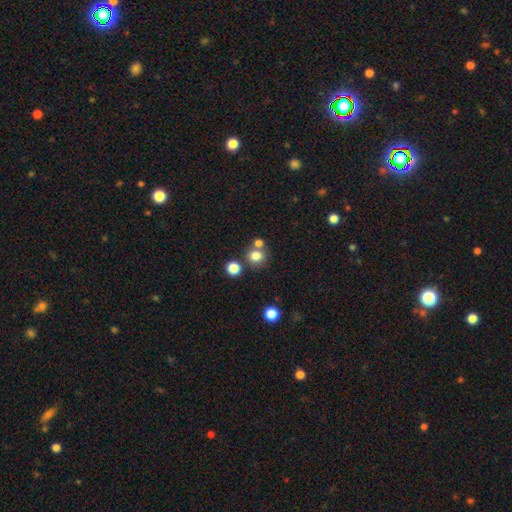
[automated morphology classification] Smooth or featured: smooth — 79% (star or artifact — 14%)
How rounded: round — 85% (in between — 14%)
Merging: none — 65% (merger — 24%)